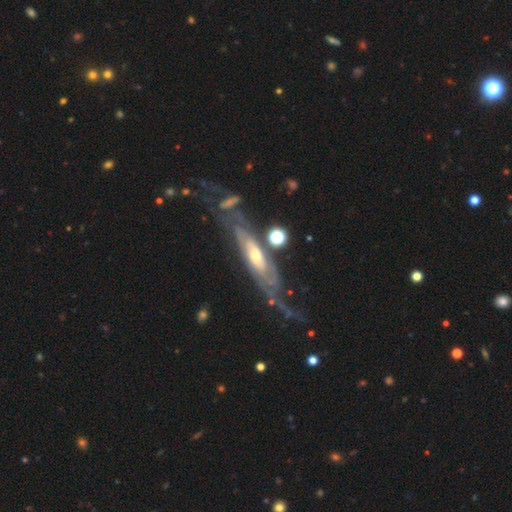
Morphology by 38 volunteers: Smooth or featured?
  - featured or disk: 87% *
  - smooth: 13%
  - star or artifact: 0%
Edge-on disk?
  - no: 82% *
  - yes: 18%
Bar?
  - no: 67% *
  - weak: 19%
  - strong: 15%
Spiral arms?
  - yes: 93% *
  - no: 7%
Spiral winding?
  - tight: 76% *
  - medium: 16%
  - loose: 8%
Spiral arm count?
  - 2: 48% *
  - can't tell: 24%
  - 3: 16%
  - 1: 8%
  - more than 4: 4%
  - 4: 0%
Bulge size?
  - moderate: 52% *
  - small: 33%
  - large: 7%
  - none: 7%
  - dominant: 0%
Merging?
  - none: 39% *
  - major disturbance: 37%
  - minor disturbance: 16%
  - merger: 8%